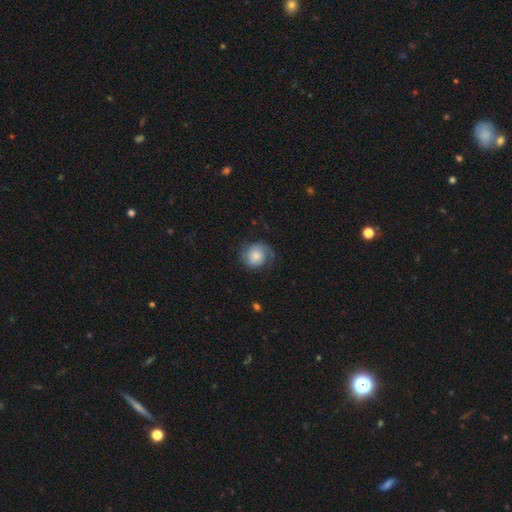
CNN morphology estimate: The model was most divided on "smooth or featured": smooth: 53%, featured or disk: 40%, star or artifact: 8%. More confident: how rounded — round (76%); merging — none (61%).